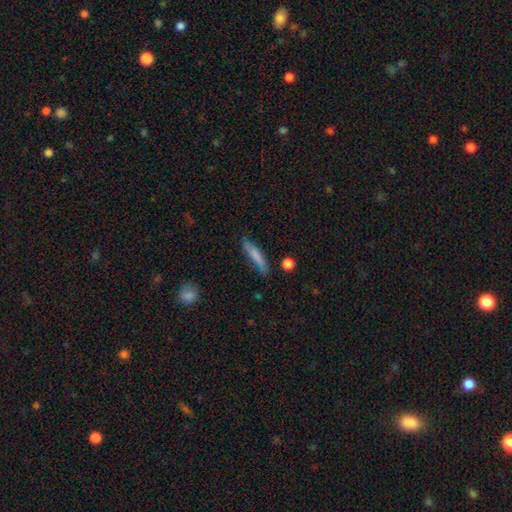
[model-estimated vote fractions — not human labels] Overall: smooth (76%). How rounded: cigar-shaped (84%). Merging: none (75%).